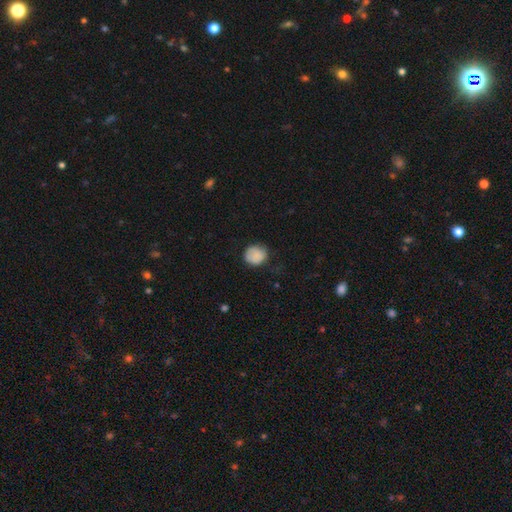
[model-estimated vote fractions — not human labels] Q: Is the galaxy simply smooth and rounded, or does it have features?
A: smooth — 85%.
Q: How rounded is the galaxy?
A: round — 80%.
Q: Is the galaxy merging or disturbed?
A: none — 69%.